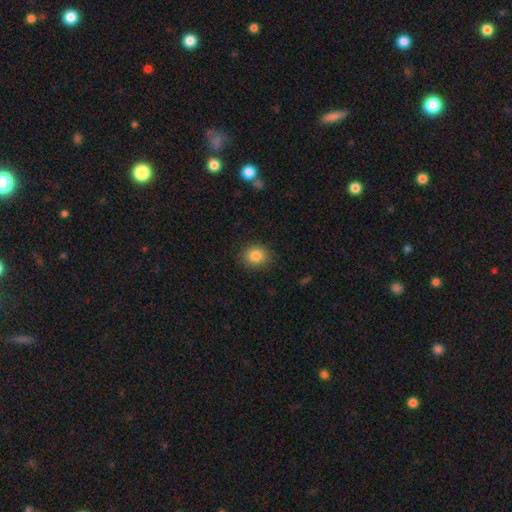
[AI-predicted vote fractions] Smooth or featured: smooth — 84% (star or artifact — 10%)
How rounded: round — 77% (in between — 22%)
Merging: none — 89% (minor disturbance — 8%)